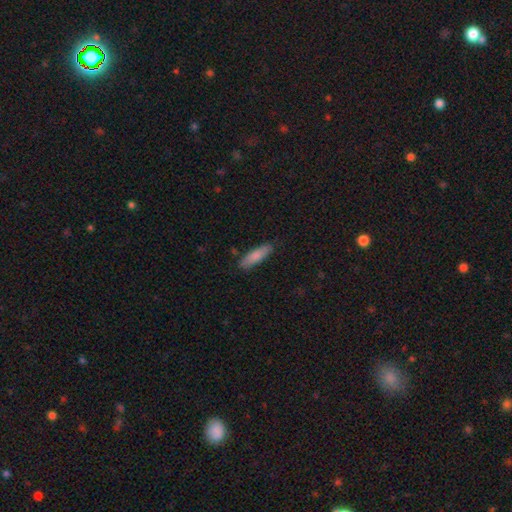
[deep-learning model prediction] smooth-or-featured: smooth: 84% | featured or disk: 10% | star or artifact: 6%
  how-rounded: cigar-shaped: 60% | in between: 39% | round: 1%
  merging: none: 85% | minor disturbance: 12% | major disturbance: 2% | merger: 1%